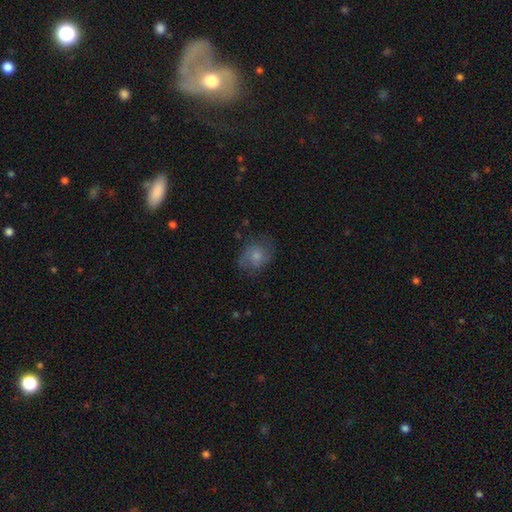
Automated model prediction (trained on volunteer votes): A smooth galaxy with no disk features (68%) that is round (56%). Merging: none (60%).